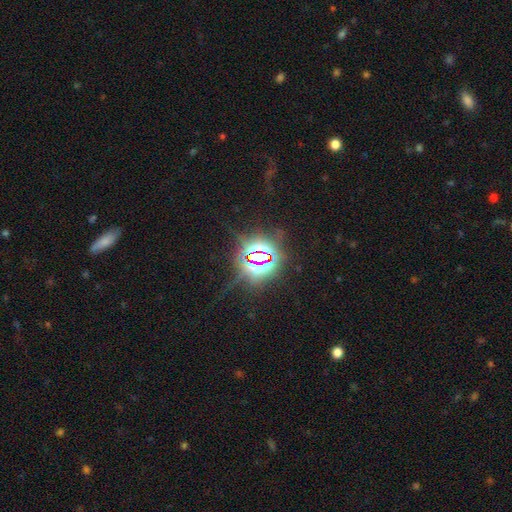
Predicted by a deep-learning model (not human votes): The model was most divided on "smooth or featured": star or artifact: 83%, featured or disk: 9%, smooth: 8%.